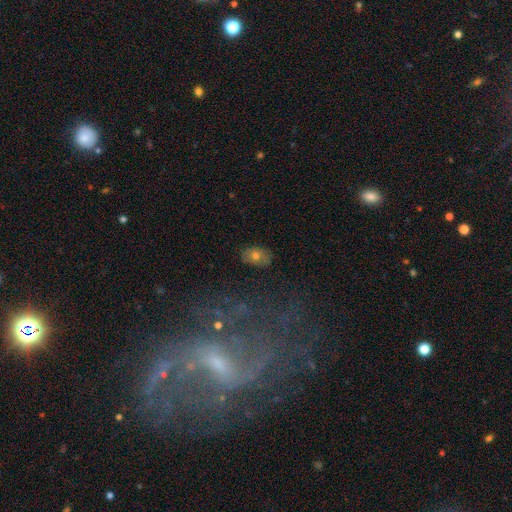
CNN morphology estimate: Smooth or featured?
  - smooth: 66% *
  - featured or disk: 21%
  - star or artifact: 13%
How rounded?
  - in between: 81% *
  - round: 17%
  - cigar-shaped: 2%
Merging?
  - none: 80% *
  - minor disturbance: 14%
  - major disturbance: 4%
  - merger: 2%